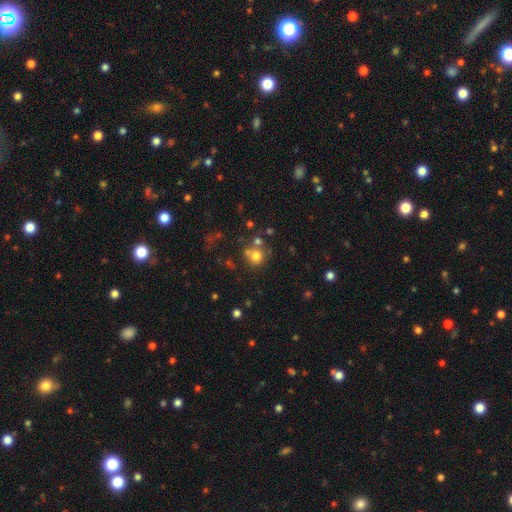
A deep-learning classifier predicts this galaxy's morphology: smooth 71%, star or artifact 15%, featured or disk 13%. Down the decision tree: how rounded — round (86%); merging — none (56%).